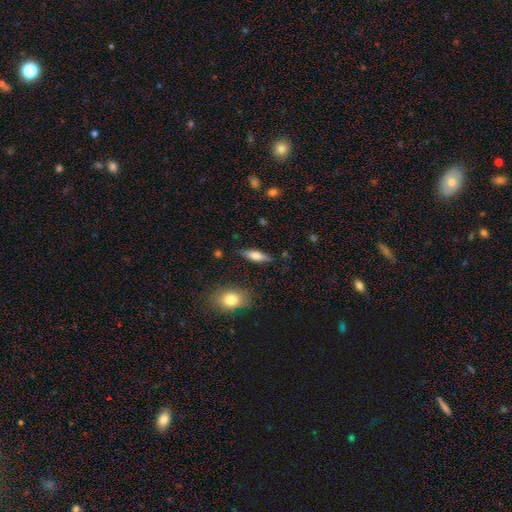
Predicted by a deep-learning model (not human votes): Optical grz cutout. It shows a smooth galaxy with no disk features (66%) that is in between round and cigar-shaped (52%). Merging: none (84%).